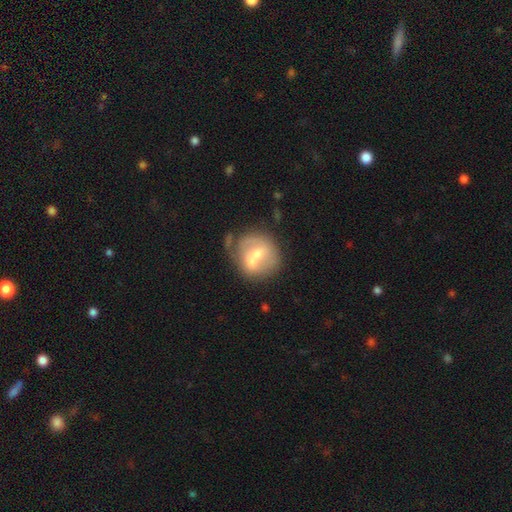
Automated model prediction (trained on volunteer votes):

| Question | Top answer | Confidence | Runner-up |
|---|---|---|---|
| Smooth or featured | featured or disk | 49% | smooth (44%) |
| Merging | merger | 38% | none (36%) |